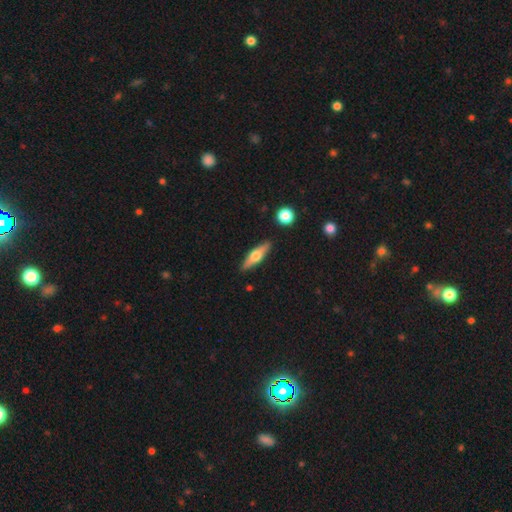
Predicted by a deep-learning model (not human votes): This appears to be a featured or disk galaxy (56%) viewed edge-on (93%) with a rounded central bulge (94%). Merging: none (88%).